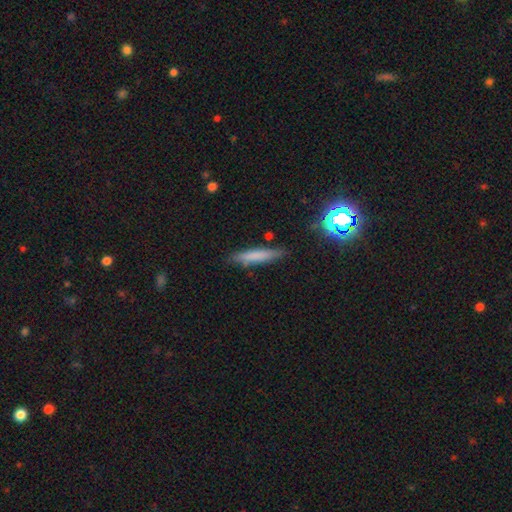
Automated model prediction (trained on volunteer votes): Morphology: type=smooth (71%); roundness=cigar-shaped (89%); merging=none (83%).